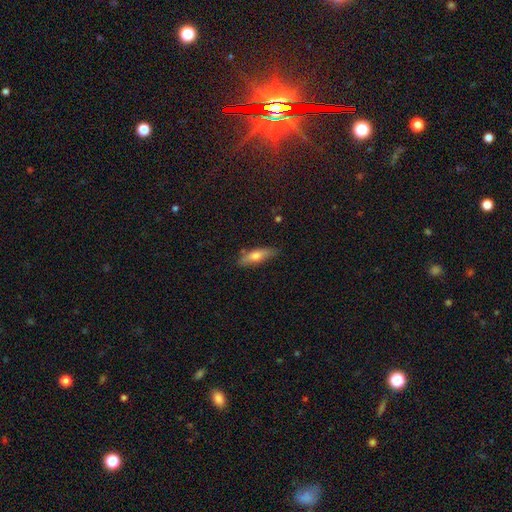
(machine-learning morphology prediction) Smooth or featured: smooth — 64% (featured or disk — 29%)
How rounded: cigar-shaped — 56% (in between — 41%)
Merging: none — 78% (minor disturbance — 16%)